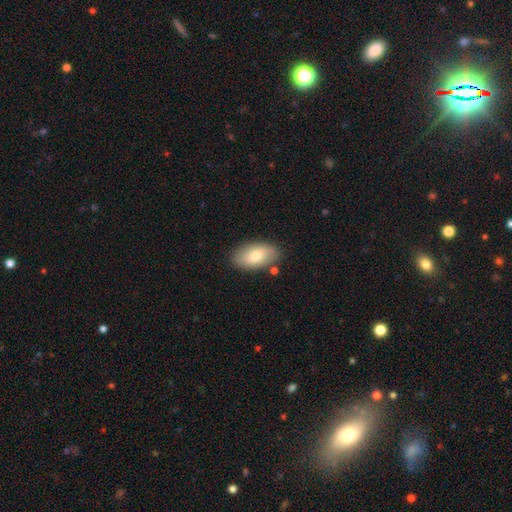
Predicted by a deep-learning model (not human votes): Overall: smooth (72%). How rounded: in between (93%). Merging: none (82%).